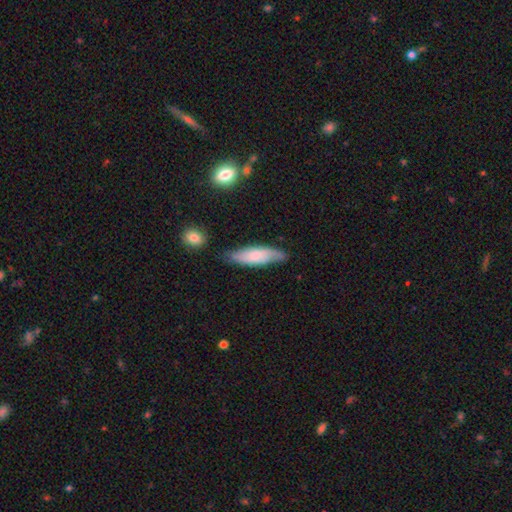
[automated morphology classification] Smooth or featured?
  - smooth: 60% *
  - featured or disk: 34%
  - star or artifact: 6%
How rounded?
  - cigar-shaped: 50% *
  - in between: 48%
  - round: 2%
Merging?
  - none: 71% *
  - minor disturbance: 22%
  - major disturbance: 4%
  - merger: 3%